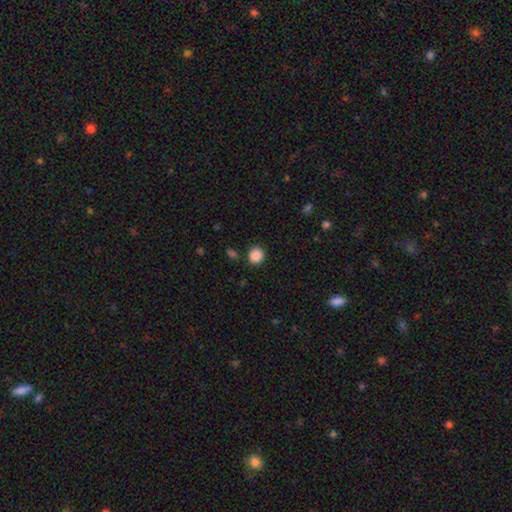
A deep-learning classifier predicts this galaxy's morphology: type=smooth (88%); roundness=round (90%); merging=none (88%).